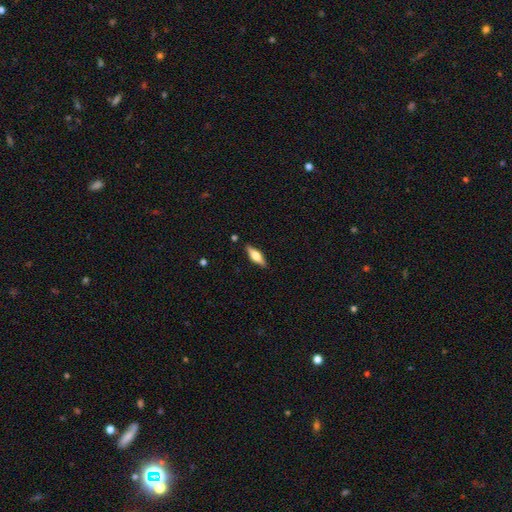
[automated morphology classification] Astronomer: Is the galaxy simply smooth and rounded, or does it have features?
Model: featured or disk — 55% (runner-up: smooth, 39%).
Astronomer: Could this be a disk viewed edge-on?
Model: yes — 94%.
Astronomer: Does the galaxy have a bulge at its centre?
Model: rounded — 92%.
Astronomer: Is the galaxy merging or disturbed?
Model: none — 88%.